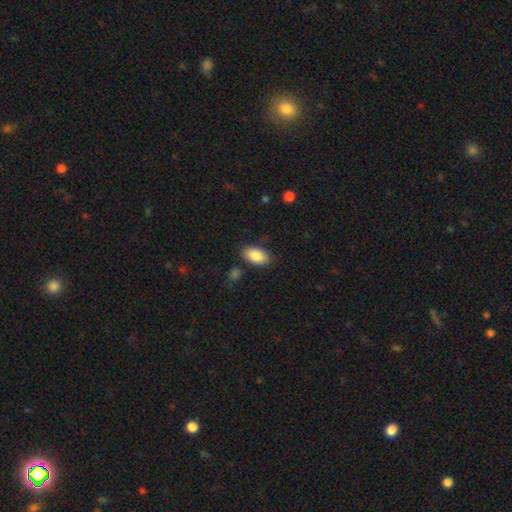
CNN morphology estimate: A smooth galaxy with no disk features (88%) that is in between round and cigar-shaped (94%). Merging: none (83%).